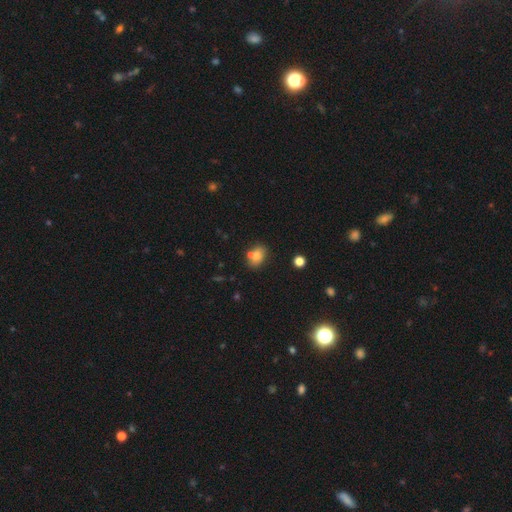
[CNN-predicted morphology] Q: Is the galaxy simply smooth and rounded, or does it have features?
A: smooth — 75%.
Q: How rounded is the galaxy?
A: in between — 70%.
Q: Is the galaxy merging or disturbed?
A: none — 60%.